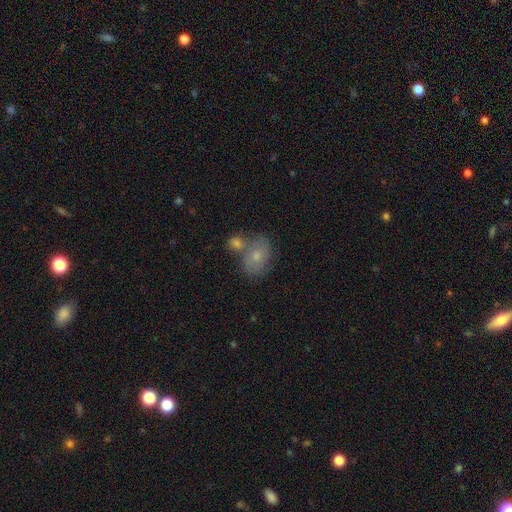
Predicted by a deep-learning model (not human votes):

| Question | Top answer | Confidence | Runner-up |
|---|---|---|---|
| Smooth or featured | smooth | 65% | featured or disk (25%) |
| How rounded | in between | 60% | round (39%) |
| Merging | none | 43% | merger (38%) |